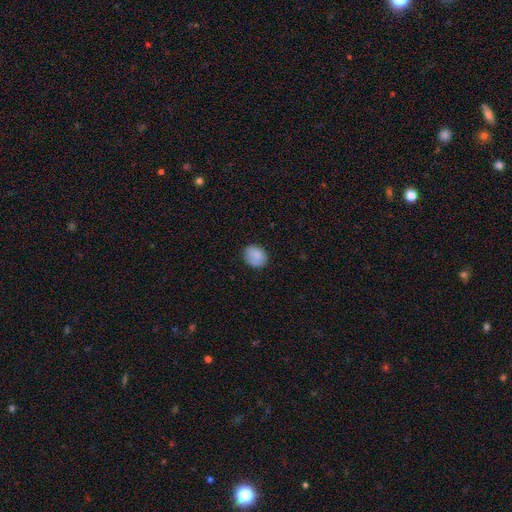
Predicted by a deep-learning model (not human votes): smooth-or-featured: smooth: 84% | featured or disk: 8% | star or artifact: 8%
  how-rounded: in between: 50% | round: 49% | cigar-shaped: 1%
  merging: none: 78% | minor disturbance: 17% | major disturbance: 4% | merger: 1%